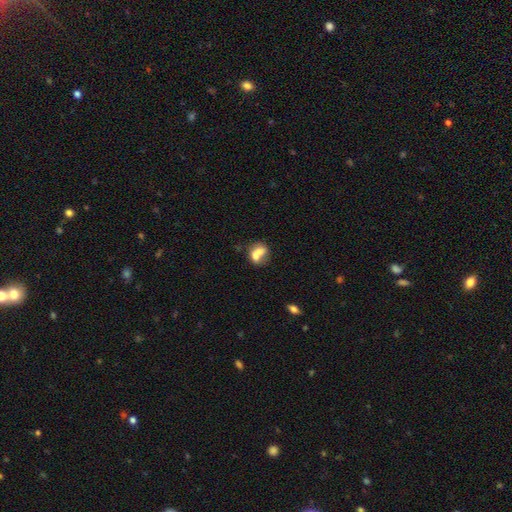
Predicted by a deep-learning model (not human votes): Morphology: type=smooth (64%); roundness=in between (56%); merging=merger (58%).